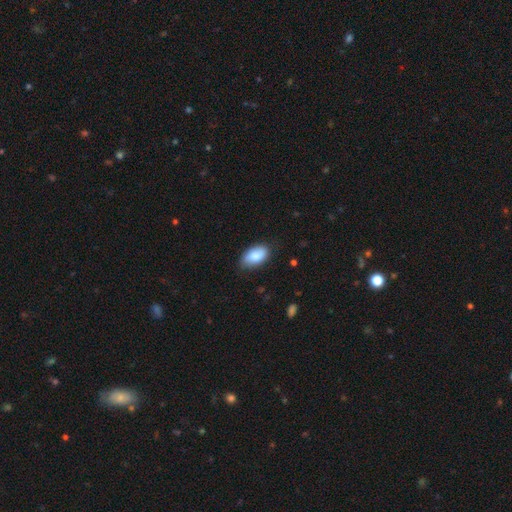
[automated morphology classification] Q: Smooth or featured?
A: smooth (84%); runner-up: featured or disk (10%)
Q: How rounded?
A: in between (94%); runner-up: round (4%)
Q: Merging?
A: none (79%); runner-up: minor disturbance (17%)